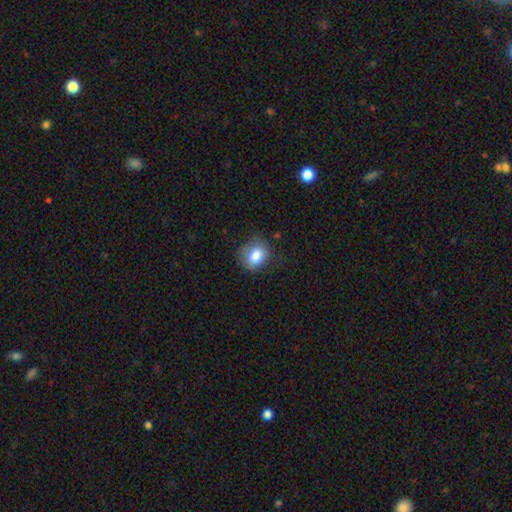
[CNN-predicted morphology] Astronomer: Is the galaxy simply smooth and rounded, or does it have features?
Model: smooth — 83%.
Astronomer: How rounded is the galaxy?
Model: round — 52% (runner-up: in between, 47%).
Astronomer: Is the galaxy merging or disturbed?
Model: none — 68%.